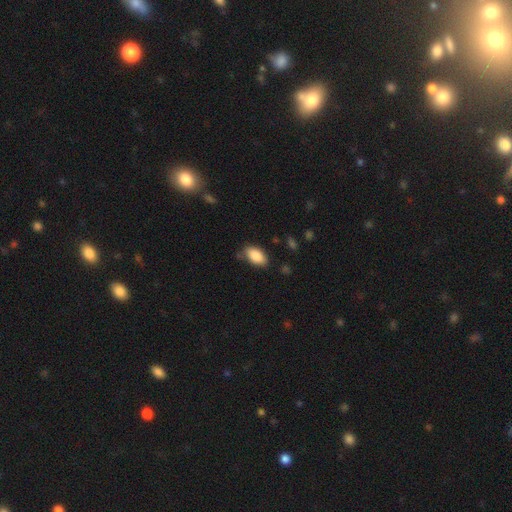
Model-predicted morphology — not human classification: The model was most divided on "merging": none: 76%, minor disturbance: 18%, major disturbance: 4%, merger: 2%. More confident: how rounded — in between (94%); smooth or featured — smooth (87%).